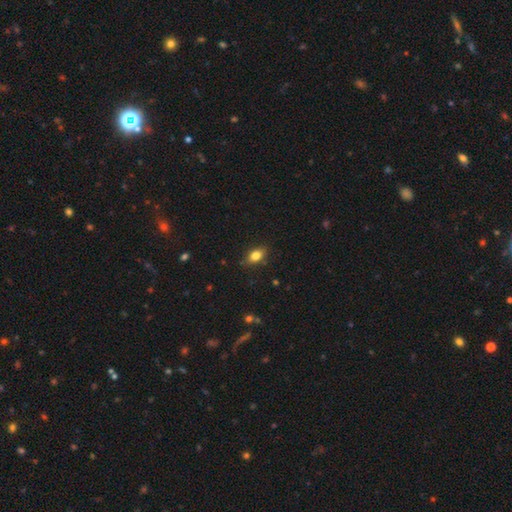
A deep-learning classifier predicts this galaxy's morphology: Smooth or featured: smooth — 81% (star or artifact — 10%)
How rounded: in between — 79% (round — 17%)
Merging: none — 83% (minor disturbance — 13%)